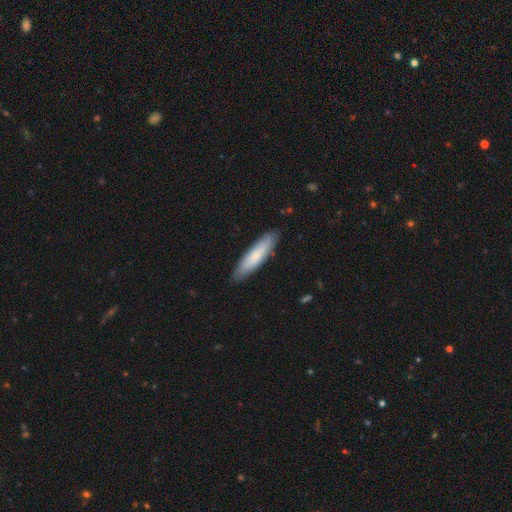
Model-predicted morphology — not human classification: Smooth or featured: smooth — 73% (featured or disk — 21%)
How rounded: cigar-shaped — 77% (in between — 22%)
Merging: none — 86% (minor disturbance — 11%)